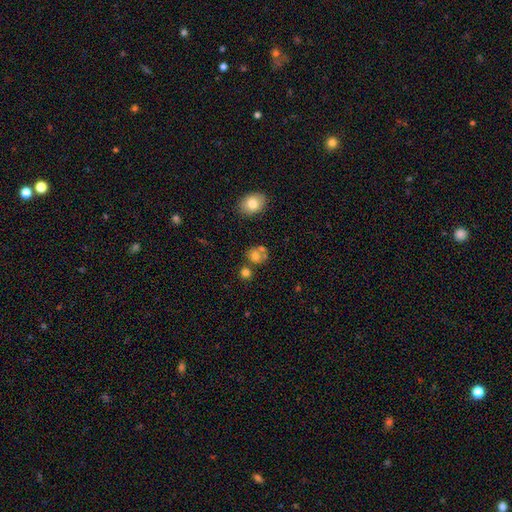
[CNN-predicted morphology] smooth-or-featured: smooth: 75% | star or artifact: 13% | featured or disk: 12%
  how-rounded: round: 77% | in between: 22% | cigar-shaped: 1%
  merging: none: 58% | merger: 26% | minor disturbance: 11% | major disturbance: 5%